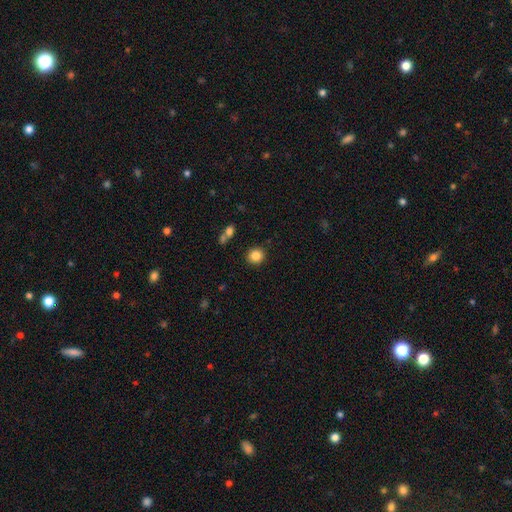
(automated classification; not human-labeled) smooth-or-featured: smooth: 85% | star or artifact: 10% | featured or disk: 5%
  how-rounded: round: 91% | in between: 9% | cigar-shaped: 1%
  merging: none: 88% | minor disturbance: 7% | merger: 3% | major disturbance: 2%